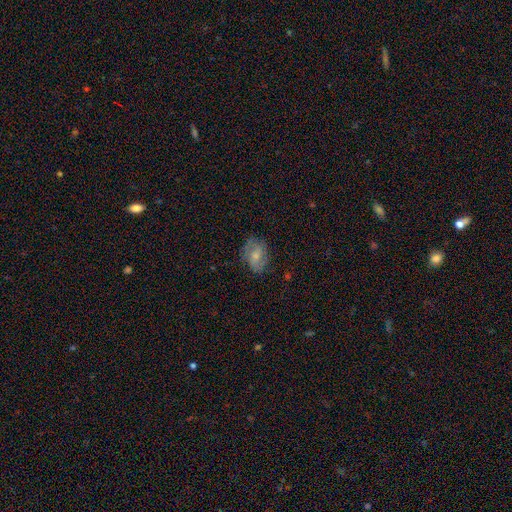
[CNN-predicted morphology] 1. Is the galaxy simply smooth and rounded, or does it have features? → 49% smooth, 43% featured or disk, 8% star or artifact.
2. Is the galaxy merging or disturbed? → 69% none, 21% minor disturbance, 8% major disturbance, 1% merger.